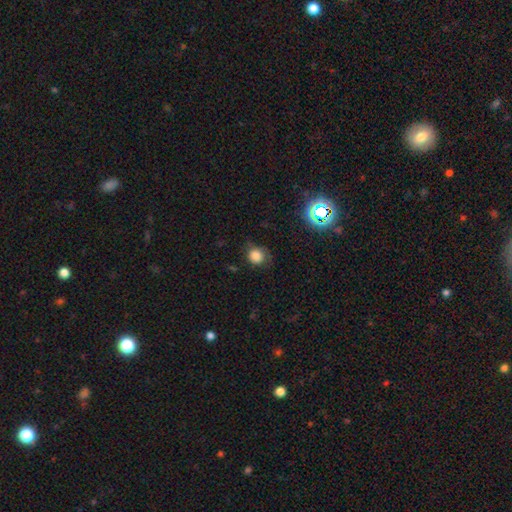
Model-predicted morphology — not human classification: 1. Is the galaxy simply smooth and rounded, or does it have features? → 79% smooth, 12% star or artifact, 8% featured or disk.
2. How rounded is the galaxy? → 82% round, 17% in between, 1% cigar-shaped.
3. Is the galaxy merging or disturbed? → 60% none, 27% minor disturbance, 11% major disturbance, 2% merger.